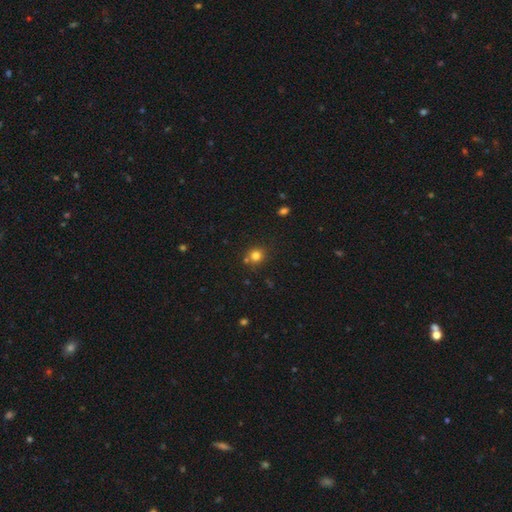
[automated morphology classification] A smooth galaxy with no disk features (79%) that is round (88%). Merging: none (74%).